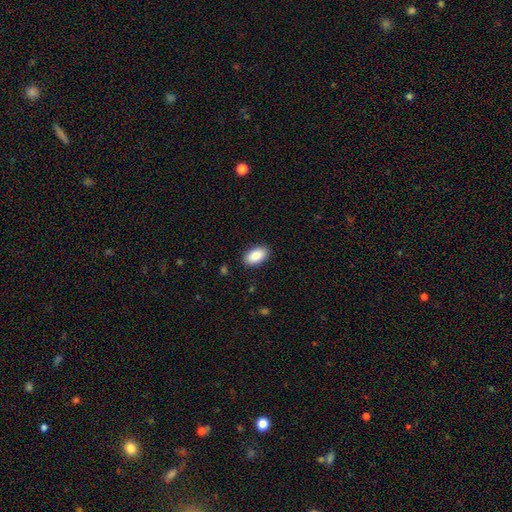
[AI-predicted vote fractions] A smooth galaxy with no disk features (88%) that is in between round and cigar-shaped (94%).

Vote fractions:
- Smooth or featured? smooth: 88% / star or artifact: 7% / featured or disk: 6%
- How rounded? in between: 94% / round: 4% / cigar-shaped: 1%
- Merging? none: 89% / minor disturbance: 8% / major disturbance: 2% / merger: 1%